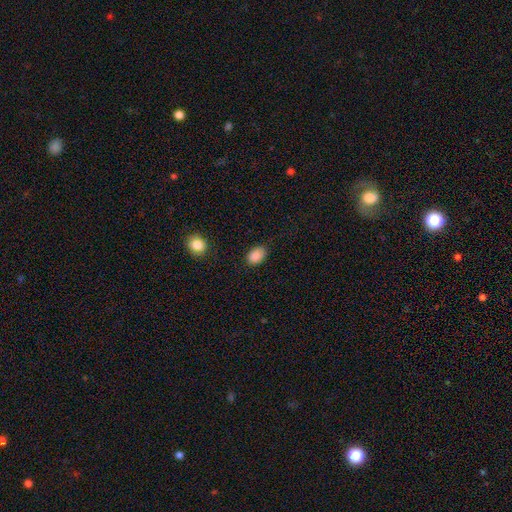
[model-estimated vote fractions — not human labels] Morphology: type=smooth (88%); roundness=in between (80%); merging=none (83%).